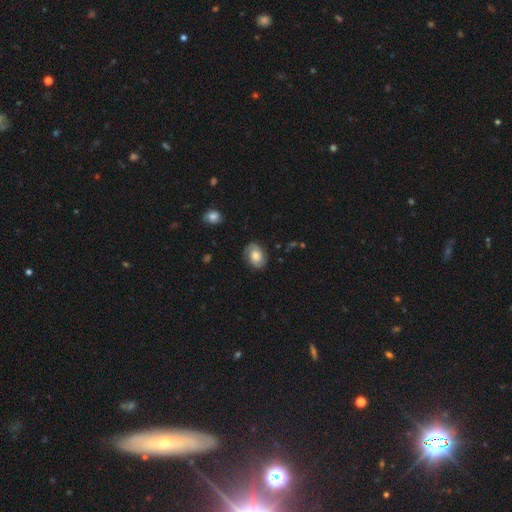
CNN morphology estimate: smooth-or-featured: featured or disk: 50% | smooth: 42% | star or artifact: 8%
  disk-edge-on: no: 97% | yes: 3%
  merging: none: 81% | minor disturbance: 14% | major disturbance: 4% | merger: 1%